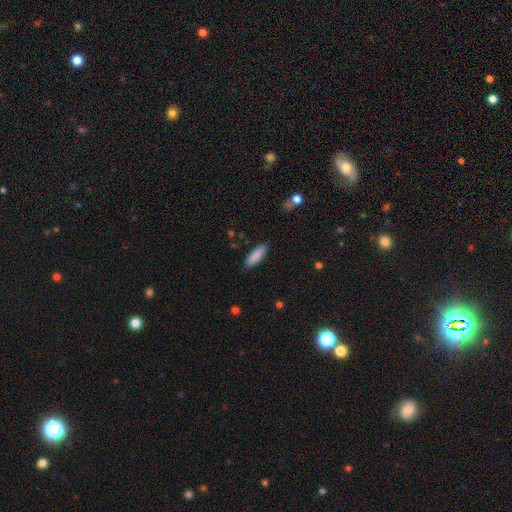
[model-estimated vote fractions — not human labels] smooth-or-featured: smooth: 89% | star or artifact: 6% | featured or disk: 5%
  how-rounded: in between: 58% | cigar-shaped: 41% | round: 1%
  merging: none: 88% | minor disturbance: 9% | major disturbance: 2% | merger: 1%